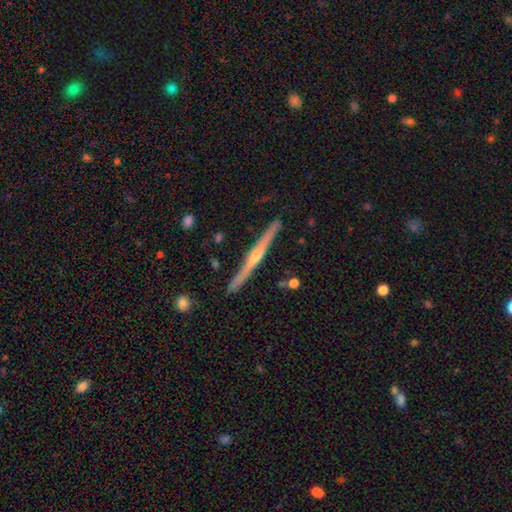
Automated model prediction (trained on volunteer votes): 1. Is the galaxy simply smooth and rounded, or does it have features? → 82% featured or disk, 13% smooth, 5% star or artifact.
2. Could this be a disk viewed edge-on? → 98% yes, 2% no.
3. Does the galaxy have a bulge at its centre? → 84% rounded, 11% none, 4% boxy.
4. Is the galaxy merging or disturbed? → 91% none, 6% minor disturbance, 1% merger, 1% major disturbance.